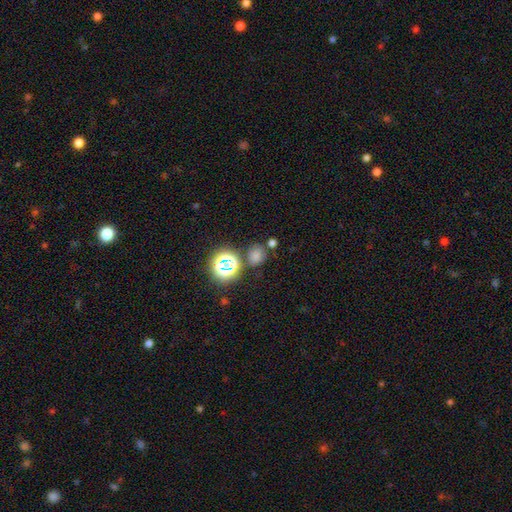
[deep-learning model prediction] Q: Smooth or featured?
A: smooth (64%); runner-up: star or artifact (28%)
Q: How rounded?
A: round (70%); runner-up: in between (29%)
Q: Merging?
A: none (72%); runner-up: minor disturbance (12%)